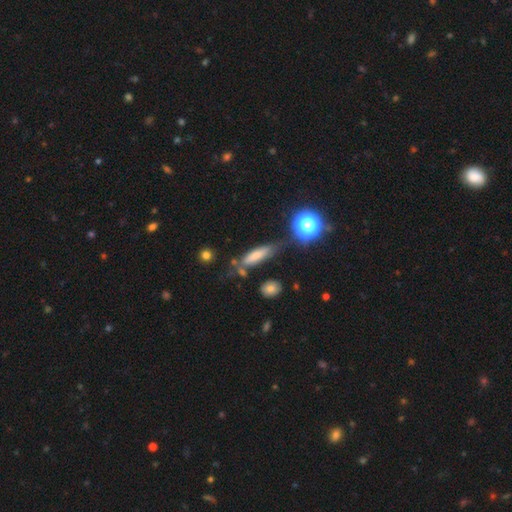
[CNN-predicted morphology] smooth_or_featured: smooth (p=0.69) [alt: featured or disk p=0.19]
how_rounded: cigar-shaped (p=0.65) [alt: in between p=0.31]
merging: none (p=0.58) [alt: minor disturbance p=0.23]